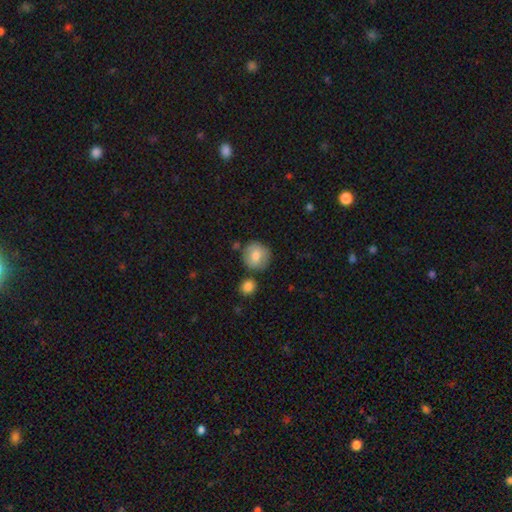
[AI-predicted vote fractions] This is likely a smooth galaxy (77%). How rounded: clearly round (90%). Merging: likely none (74%).